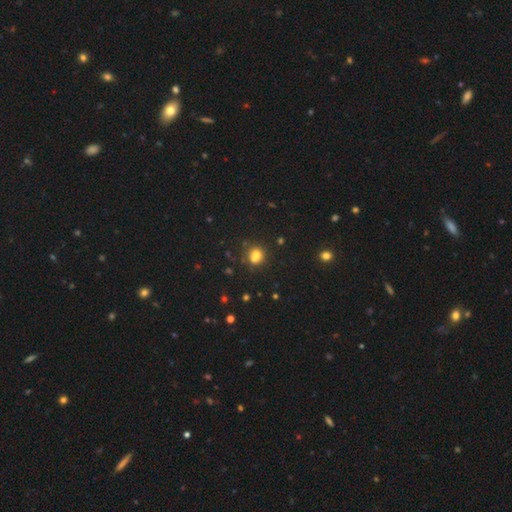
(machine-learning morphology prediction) Smooth or featured? Predicted: smooth (p=0.72). How rounded? Predicted: round (p=0.73). Merging? Predicted: none (p=0.50).